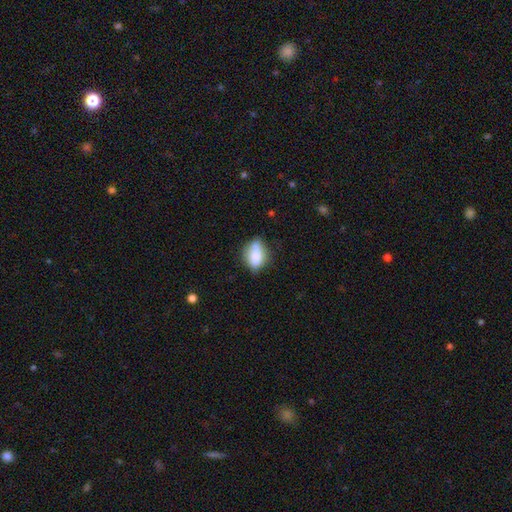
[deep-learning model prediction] The model was most divided on "merging": none: 62%, minor disturbance: 26%, major disturbance: 8%, merger: 4%. More confident: how rounded — in between (75%); smooth or featured — smooth (70%).